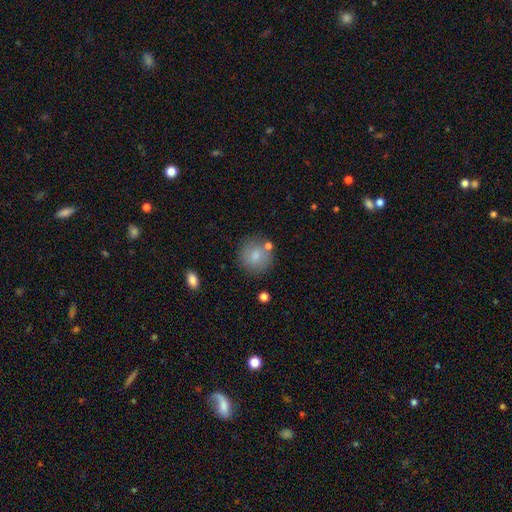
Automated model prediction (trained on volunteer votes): smooth 79%, featured or disk 13%, star or artifact 8%. Down the decision tree: how rounded — round (91%); merging — none (77%).